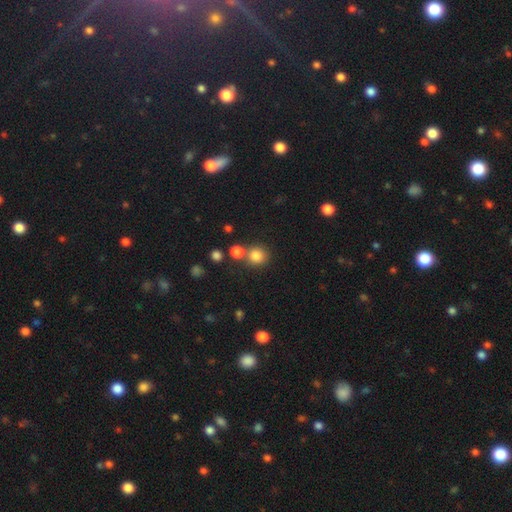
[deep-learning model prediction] Smooth or featured? smooth (81%)
How rounded? round (89%)
Merging? none (66%)